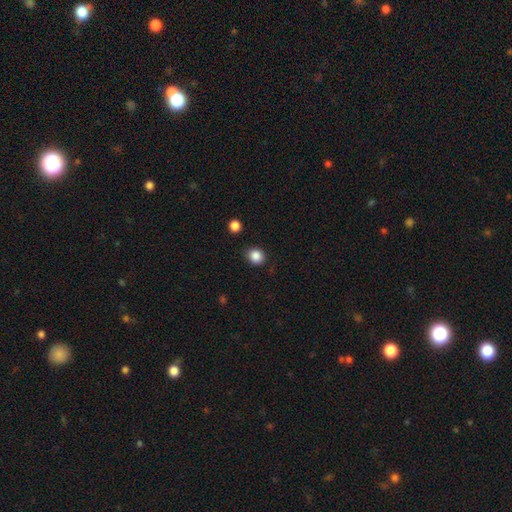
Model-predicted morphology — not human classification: smooth-or-featured: smooth: 87% | star or artifact: 10% | featured or disk: 3%
  how-rounded: round: 77% | in between: 22% | cigar-shaped: 1%
  merging: none: 87% | minor disturbance: 9% | major disturbance: 2% | merger: 2%